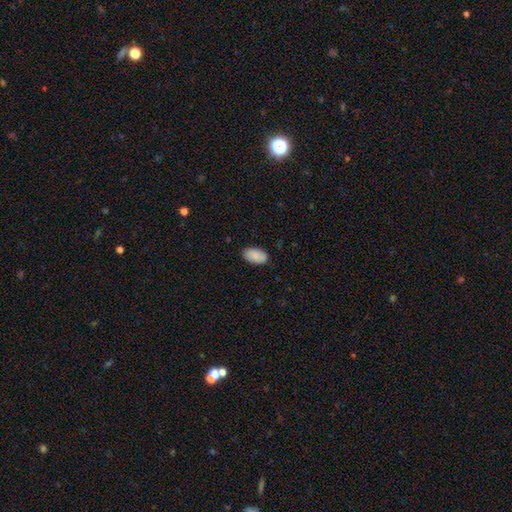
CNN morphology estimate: This is clearly a smooth galaxy (88%). How rounded: clearly in between (95%). Merging: clearly none (85%).